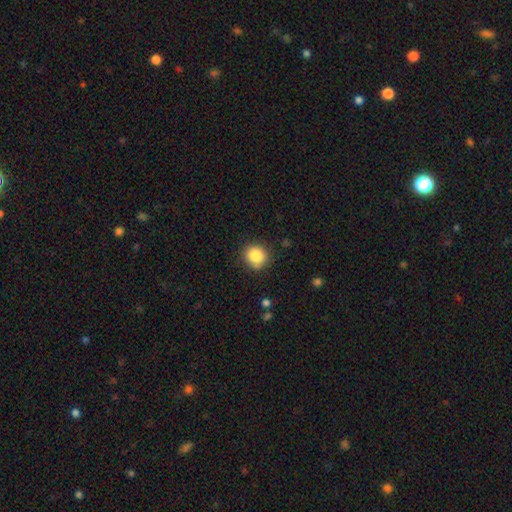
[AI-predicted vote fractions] Smooth or featured? Predicted: smooth (p=0.85). How rounded? Predicted: round (p=0.85). Merging? Predicted: none (p=0.83).